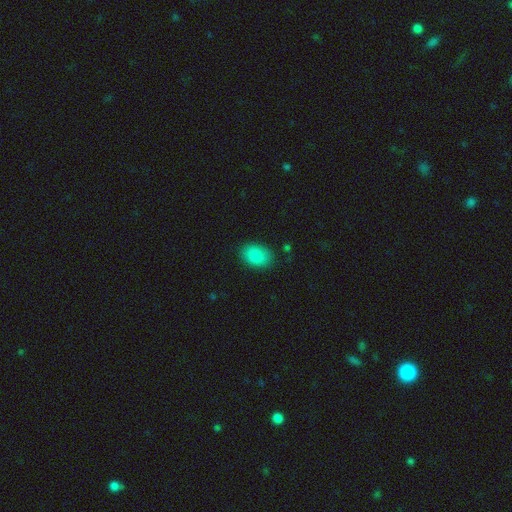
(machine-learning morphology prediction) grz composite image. It shows a smooth galaxy with no disk features (88%) that is in between round and cigar-shaped (82%). Merging: none (84%).